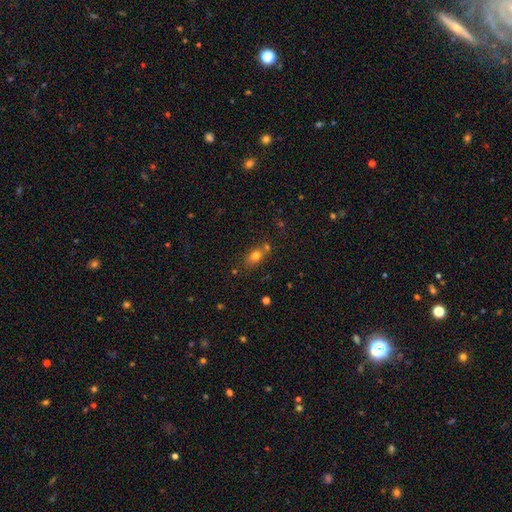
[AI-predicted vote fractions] Morphology: type=smooth (74%); roundness=in between (64%); merging=none (61%).